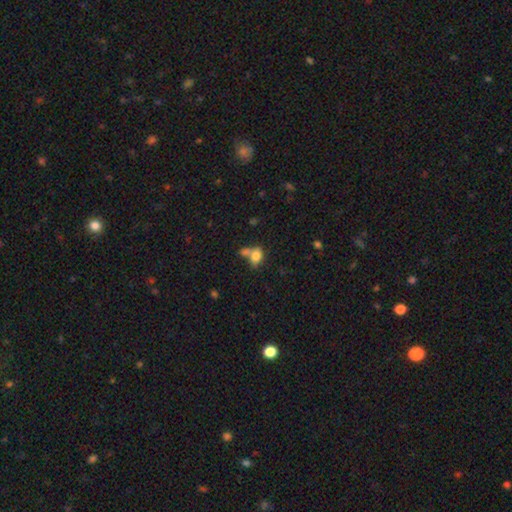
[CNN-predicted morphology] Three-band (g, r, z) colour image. It shows a smooth galaxy with no disk features (76%) that is in between round and cigar-shaped (75%). Merging: merger (44%).